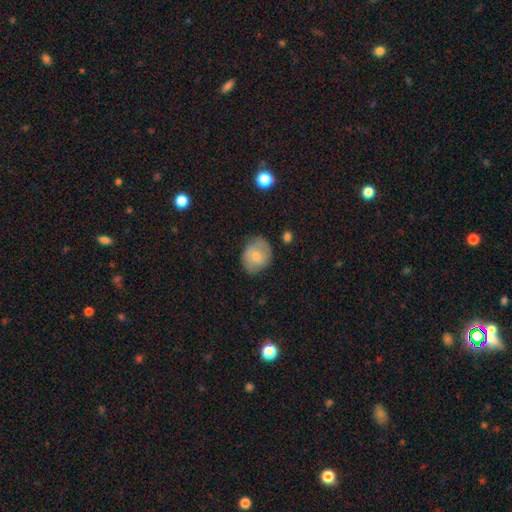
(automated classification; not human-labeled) A smooth galaxy with no disk features (63%) that is round (60%).

Vote fractions:
- Smooth or featured? smooth: 63% / featured or disk: 29% / star or artifact: 8%
- How rounded? round: 60% / in between: 39% / cigar-shaped: 1%
- Merging? none: 72% / minor disturbance: 21% / major disturbance: 5% / merger: 2%